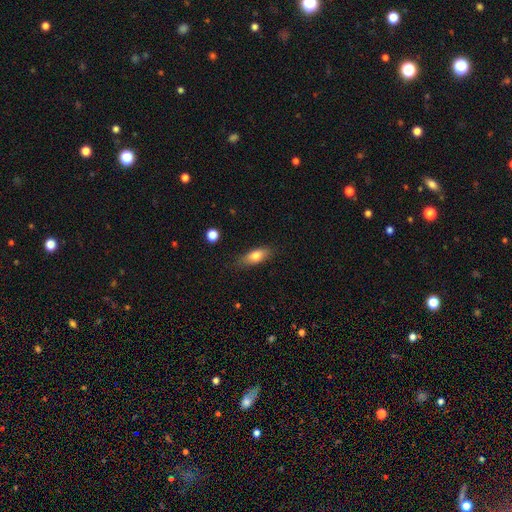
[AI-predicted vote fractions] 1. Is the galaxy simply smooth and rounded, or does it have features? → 76% smooth, 17% featured or disk, 7% star or artifact.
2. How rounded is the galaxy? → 74% in between, 22% cigar-shaped, 4% round.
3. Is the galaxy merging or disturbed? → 78% none, 17% minor disturbance, 4% major disturbance, 2% merger.